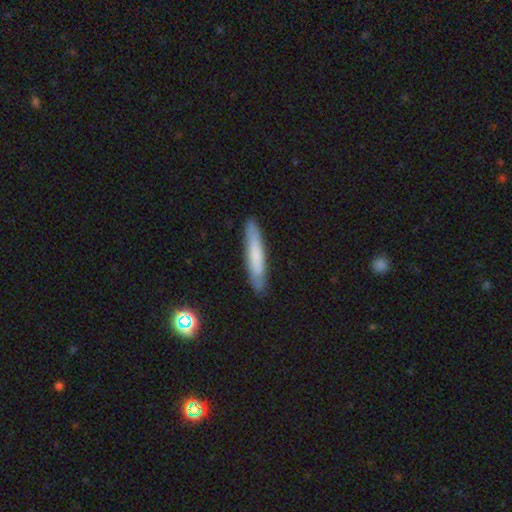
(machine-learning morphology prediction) Smooth or featured? smooth (67%)
How rounded? cigar-shaped (92%)
Merging? none (86%)